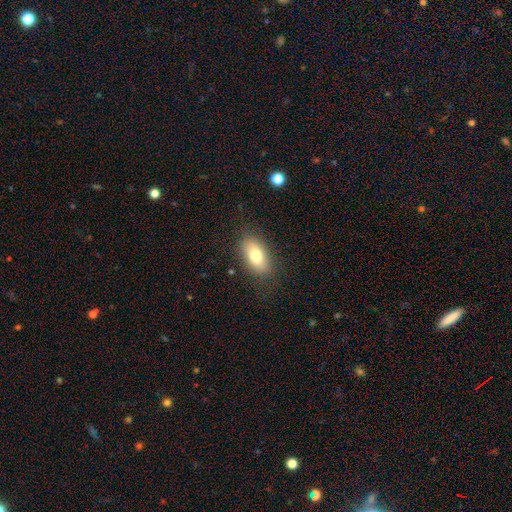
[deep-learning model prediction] Smooth or featured?
  - smooth: 77% *
  - featured or disk: 15%
  - star or artifact: 8%
How rounded?
  - in between: 89% *
  - cigar-shaped: 6%
  - round: 5%
Merging?
  - none: 82% *
  - minor disturbance: 12%
  - major disturbance: 4%
  - merger: 1%